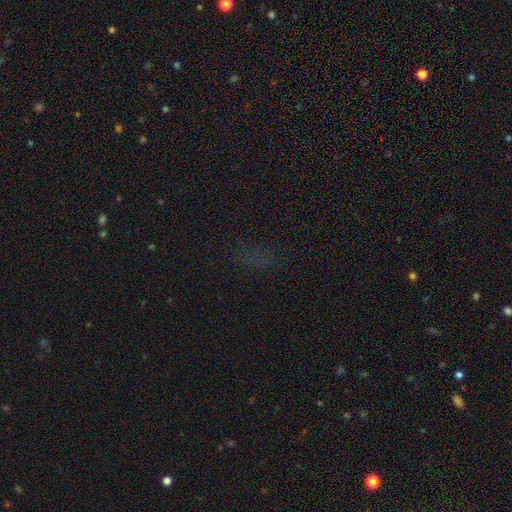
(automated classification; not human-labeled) This is likely a star or artifact rather than a galaxy (63%).